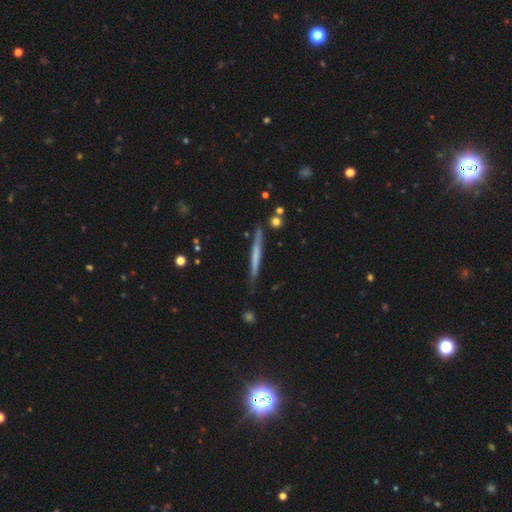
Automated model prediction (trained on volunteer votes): Morphology: type=featured or disk (47%, tied with smooth); merging=none (83%).